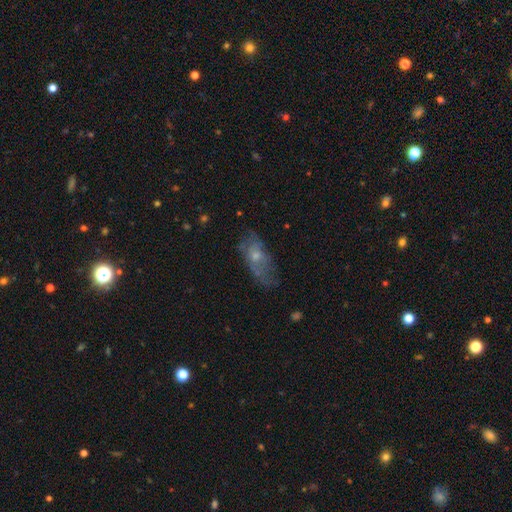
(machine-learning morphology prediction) smooth_or_featured: featured or disk (p=0.49) [alt: smooth p=0.39]
merging: none (p=0.55) [alt: minor disturbance p=0.27]